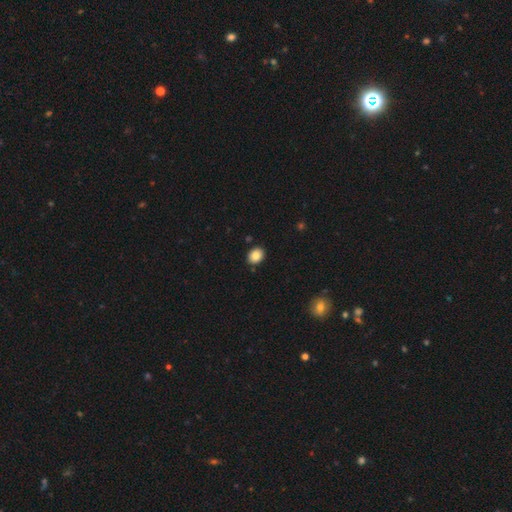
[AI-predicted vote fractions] smooth 86%, star or artifact 9%, featured or disk 5%. Down the decision tree: how rounded — in between (52%); merging — none (87%).